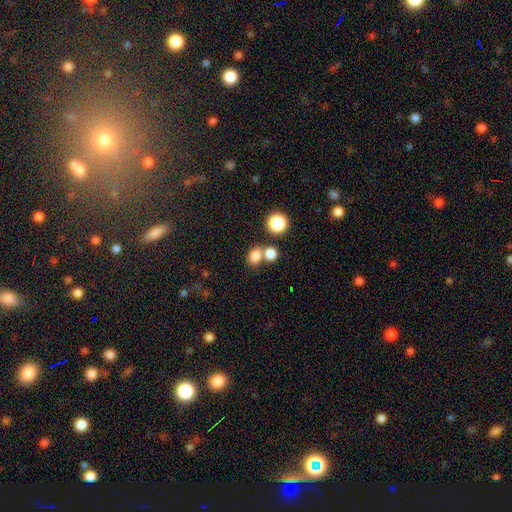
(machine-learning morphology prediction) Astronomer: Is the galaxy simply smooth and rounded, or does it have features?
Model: smooth — 79%.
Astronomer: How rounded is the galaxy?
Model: round — 51% (runner-up: in between, 48%).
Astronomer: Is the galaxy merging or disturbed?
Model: none — 51% (runner-up: merger, 37%).